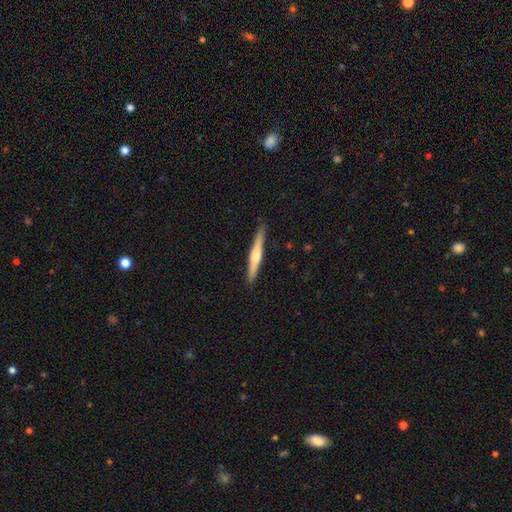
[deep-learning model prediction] Smooth or featured?
  - featured or disk: 56% *
  - smooth: 38%
  - star or artifact: 5%
Edge-on disk?
  - yes: 98% *
  - no: 2%
Edge-on bulge?
  - rounded: 79% *
  - none: 11%
  - boxy: 9%
Merging?
  - none: 90% *
  - minor disturbance: 7%
  - major disturbance: 1%
  - merger: 1%